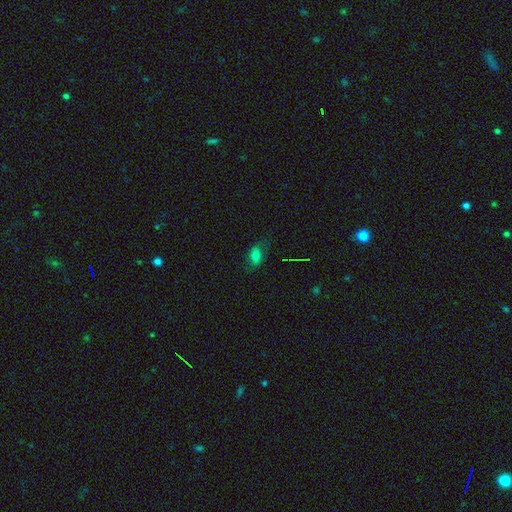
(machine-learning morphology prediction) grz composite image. It shows a smooth galaxy with no disk features (68%) that is in between round and cigar-shaped (84%). Merging: none (66%).